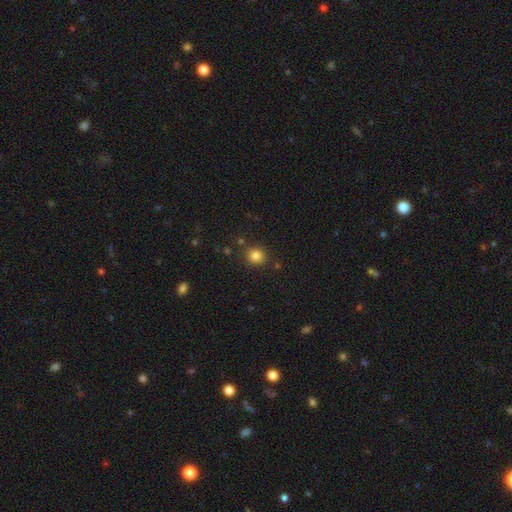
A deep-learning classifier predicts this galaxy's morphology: smooth 83%, star or artifact 12%, featured or disk 5%. Down the decision tree: how rounded — round (87%); merging — none (85%).